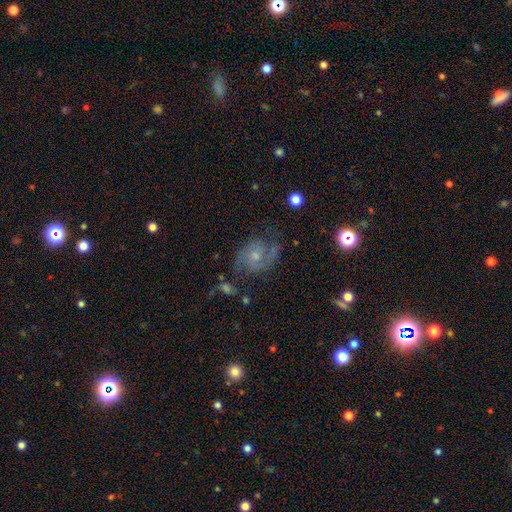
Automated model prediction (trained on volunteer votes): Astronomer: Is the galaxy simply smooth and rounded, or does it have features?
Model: featured or disk — 76%.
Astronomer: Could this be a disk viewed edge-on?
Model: no — 98%.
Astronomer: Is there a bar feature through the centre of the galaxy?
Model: no — 67%.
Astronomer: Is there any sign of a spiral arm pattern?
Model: yes — 93%.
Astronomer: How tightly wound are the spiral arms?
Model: medium — 52%.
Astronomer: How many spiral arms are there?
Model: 2 — 80%.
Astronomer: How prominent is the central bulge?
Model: small — 54% (runner-up: moderate, 35%).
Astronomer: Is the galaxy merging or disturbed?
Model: none — 65%.